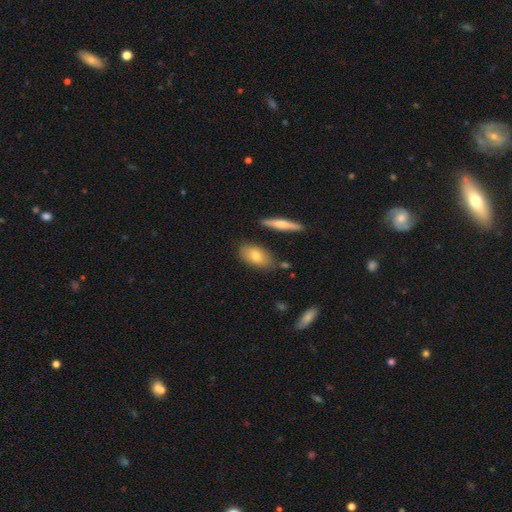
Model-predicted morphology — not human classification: Overall: smooth (72%). How rounded: in between (86%). Merging: none (74%).